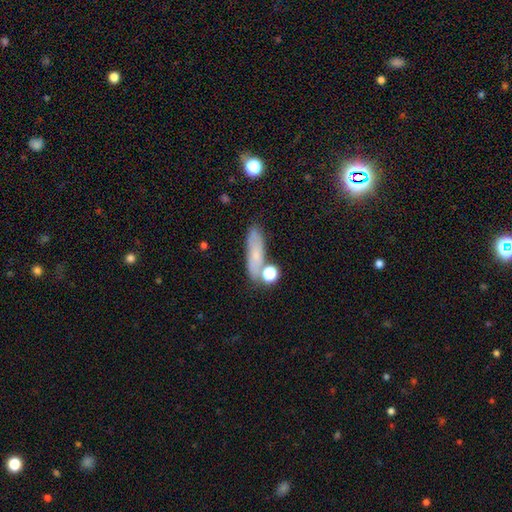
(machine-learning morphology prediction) Smooth or featured: smooth — 62% (featured or disk — 25%)
How rounded: cigar-shaped — 52% (in between — 40%)
Merging: none — 65% (minor disturbance — 18%)